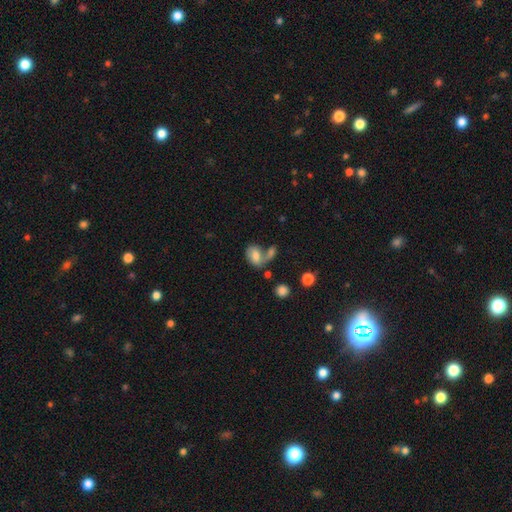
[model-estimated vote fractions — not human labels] Smooth or featured: smooth — 61% (featured or disk — 29%)
How rounded: in between — 78% (round — 20%)
Merging: merger — 44% (none — 28%)